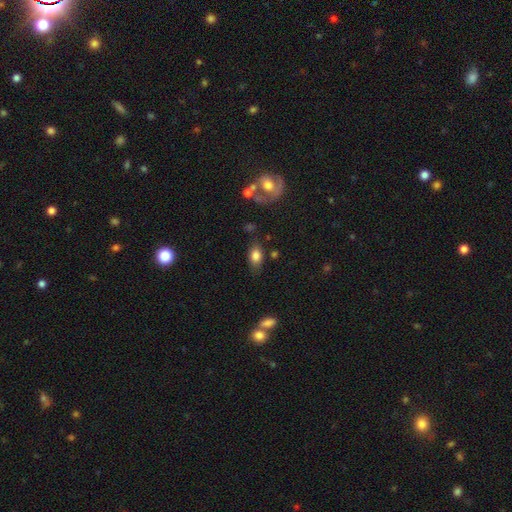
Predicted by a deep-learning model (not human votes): Overall: smooth (80%). How rounded: in between (86%). Merging: none (73%).